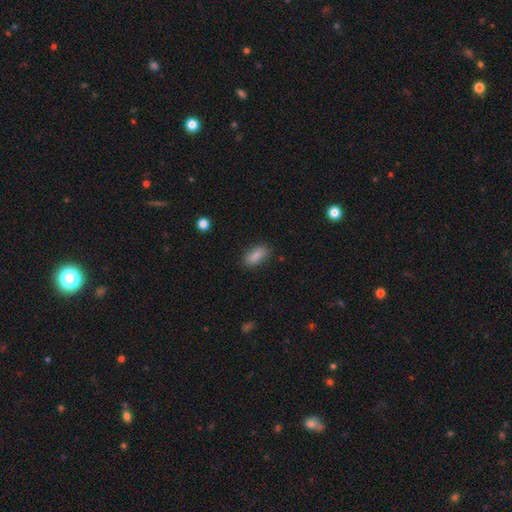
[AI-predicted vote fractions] Smooth or featured? smooth (87%)
How rounded? in between (85%)
Merging? none (83%)